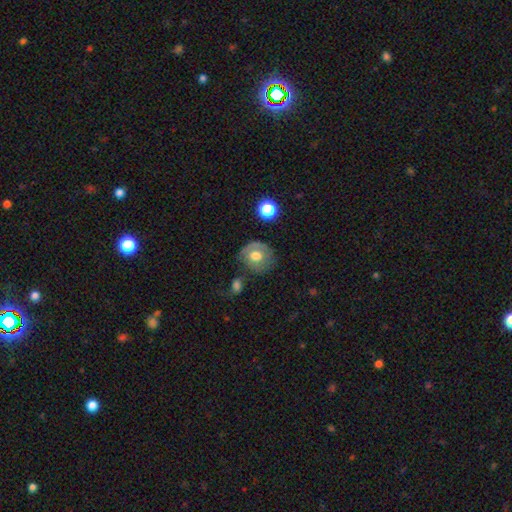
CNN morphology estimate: A smooth galaxy with no disk features (54%) that is round (78%).

Vote fractions:
- Smooth or featured? smooth: 54% / featured or disk: 38% / star or artifact: 9%
- How rounded? round: 78% / in between: 21% / cigar-shaped: 1%
- Merging? none: 61% / minor disturbance: 22% / major disturbance: 12% / merger: 5%